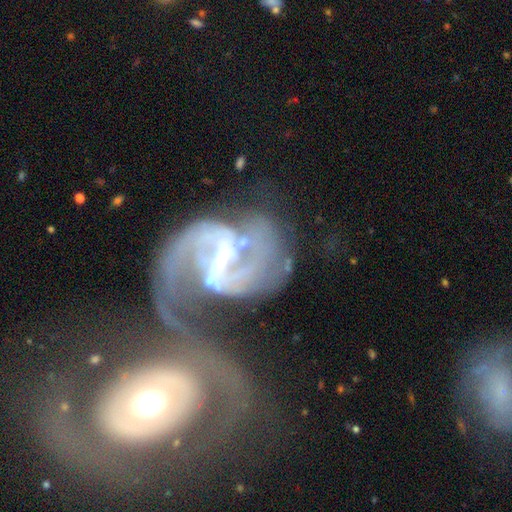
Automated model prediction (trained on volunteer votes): Smooth or featured? featured or disk (91%)
Edge-on disk? no (98%)
Bar? strong (45%)
Spiral arms? yes (97%)
Spiral winding? medium (51%)
Spiral arm count? 2 (79%)
Bulge size? small (74%)
Merging? merger (56%)